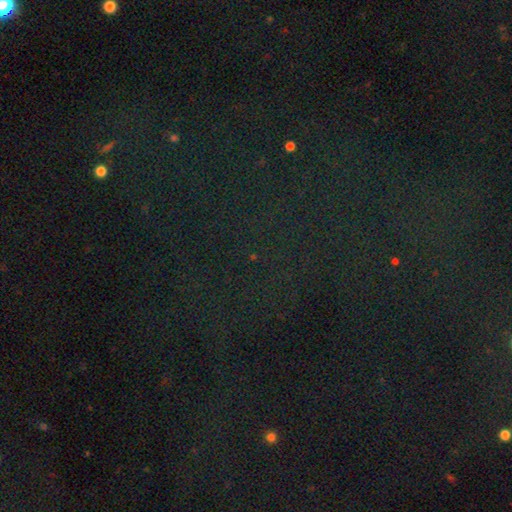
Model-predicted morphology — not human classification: Smooth or featured? star or artifact (82%)